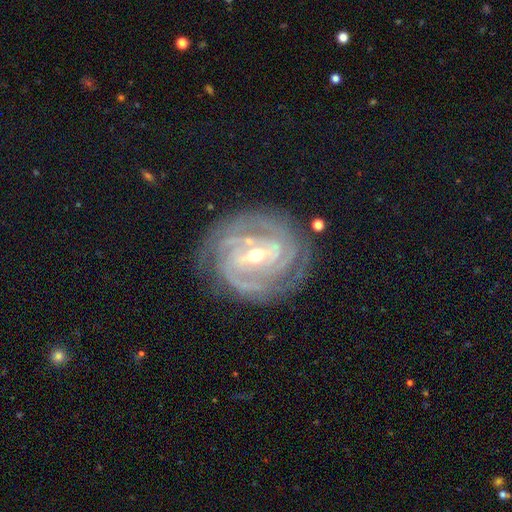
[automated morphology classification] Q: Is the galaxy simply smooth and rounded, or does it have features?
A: featured or disk — 91%.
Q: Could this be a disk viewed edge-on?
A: no — 97%.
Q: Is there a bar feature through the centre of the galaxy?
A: strong — 42%.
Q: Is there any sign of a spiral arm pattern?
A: yes — 98%.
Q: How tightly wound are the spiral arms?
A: tight — 76%.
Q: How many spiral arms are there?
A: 3 — 33%.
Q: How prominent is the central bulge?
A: small — 50%.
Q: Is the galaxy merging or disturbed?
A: none — 78%.